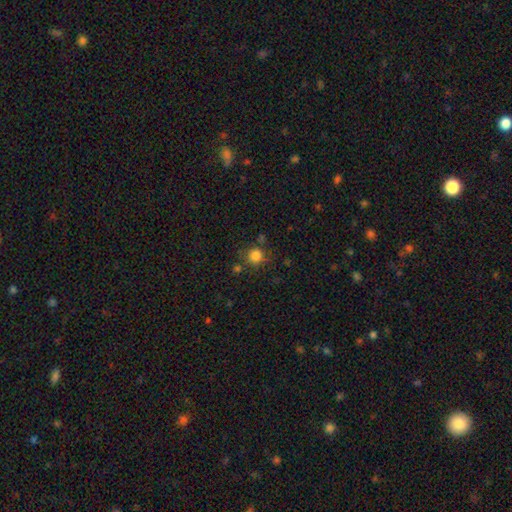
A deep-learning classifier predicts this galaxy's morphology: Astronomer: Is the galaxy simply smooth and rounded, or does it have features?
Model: smooth — 82%.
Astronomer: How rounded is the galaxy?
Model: round — 91%.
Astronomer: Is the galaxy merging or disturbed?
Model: none — 76%.